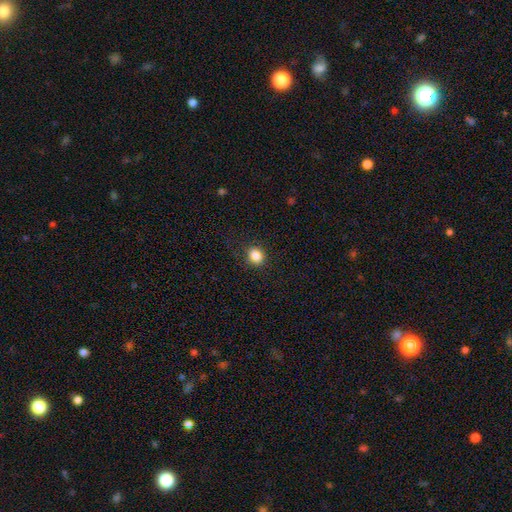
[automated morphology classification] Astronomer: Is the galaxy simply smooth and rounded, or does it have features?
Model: smooth — 87%.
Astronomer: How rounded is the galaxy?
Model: round — 66%.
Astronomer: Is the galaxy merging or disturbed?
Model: none — 87%.